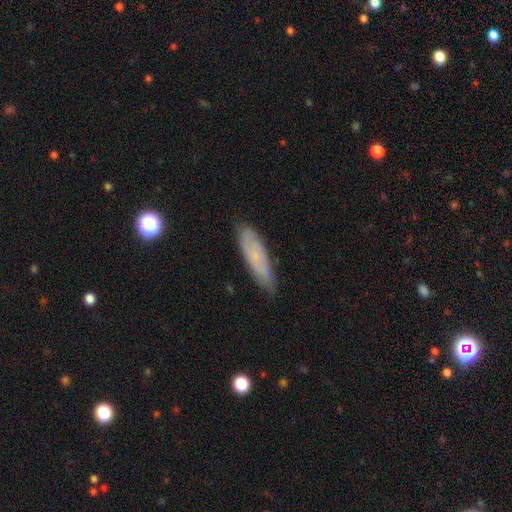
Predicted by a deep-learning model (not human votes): This appears to be a smooth galaxy with no disk features (64%) that is cigar-shaped (69%). Merging: none (80%).